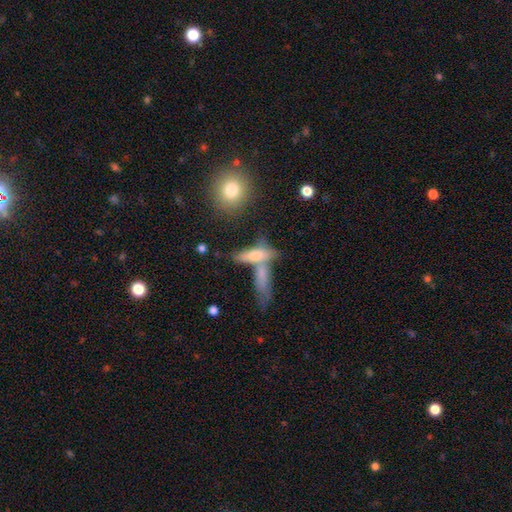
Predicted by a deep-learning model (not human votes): Smooth or featured: smooth — 60% (featured or disk — 30%)
How rounded: cigar-shaped — 47% (tied with in between — 47%)
Merging: merger — 43% (none — 38%)